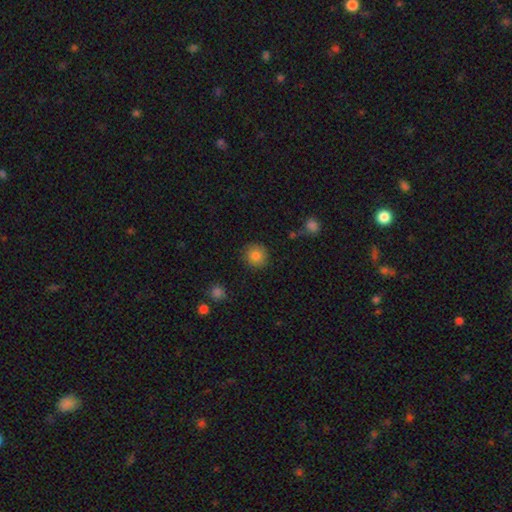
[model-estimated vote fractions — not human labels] smooth_or_featured: smooth (p=0.83) [alt: star or artifact p=0.10]
how_rounded: round (p=0.93) [alt: in between p=0.07]
merging: none (p=0.88) [alt: minor disturbance p=0.08]